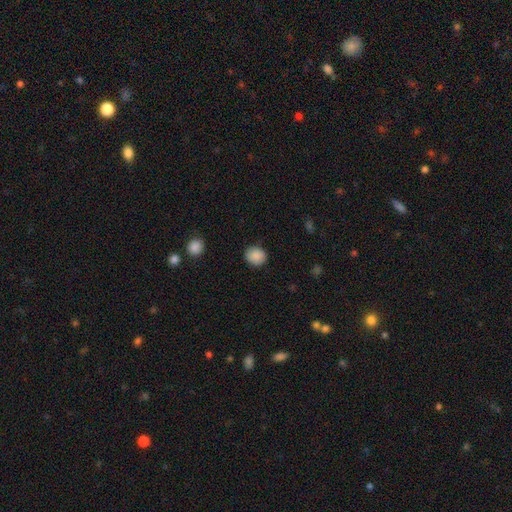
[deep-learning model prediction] Q: Smooth or featured?
A: smooth (88%); runner-up: star or artifact (8%)
Q: How rounded?
A: round (76%); runner-up: in between (23%)
Q: Merging?
A: none (88%); runner-up: minor disturbance (9%)